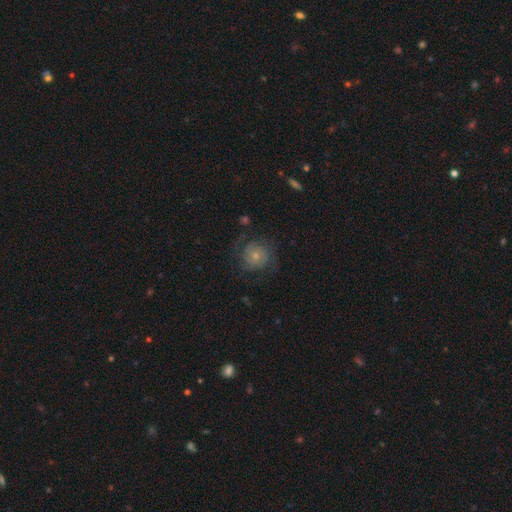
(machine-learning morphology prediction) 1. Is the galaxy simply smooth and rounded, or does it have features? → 56% featured or disk, 35% smooth, 9% star or artifact.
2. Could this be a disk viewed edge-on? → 97% no, 3% yes.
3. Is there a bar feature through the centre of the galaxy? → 82% no, 15% weak, 3% strong.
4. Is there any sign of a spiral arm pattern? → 82% yes, 18% no.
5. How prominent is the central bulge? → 58% small, 33% moderate, 4% large, 4% none, 2% dominant.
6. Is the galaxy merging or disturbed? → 65% none, 18% minor disturbance, 16% major disturbance, 1% merger.